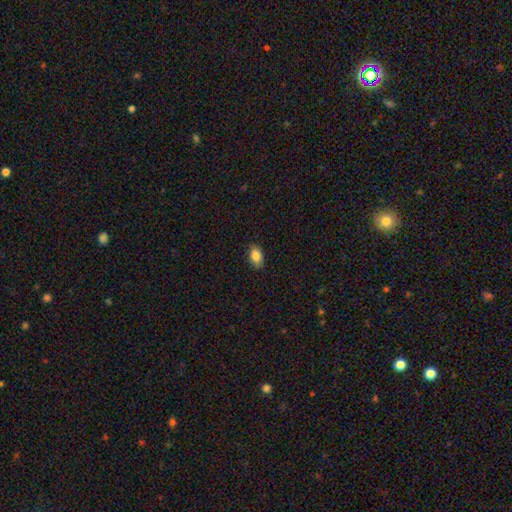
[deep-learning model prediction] Overall: smooth (86%). How rounded: in between (86%). Merging: none (85%).